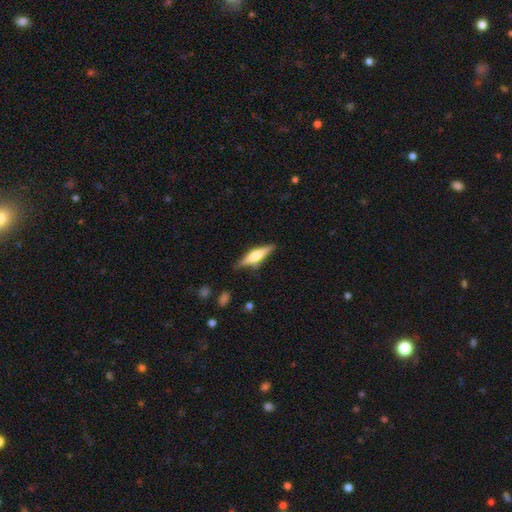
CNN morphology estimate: Smooth or featured? Predicted: featured or disk (p=0.61). Edge-on disk? Predicted: yes (p=0.96). Edge-on bulge? Predicted: rounded (p=0.84). Merging? Predicted: none (p=0.82).